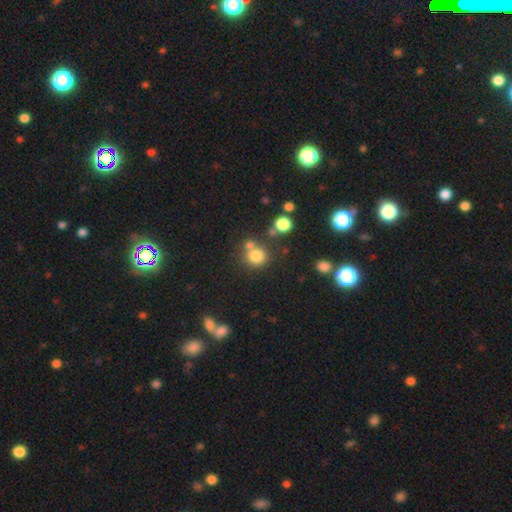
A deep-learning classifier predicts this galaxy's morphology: A smooth galaxy with no disk features (78%) that is round (84%).

Vote fractions:
- Smooth or featured? smooth: 78% / star or artifact: 14% / featured or disk: 8%
- How rounded? round: 84% / in between: 15% / cigar-shaped: 1%
- Merging? none: 61% / merger: 24% / minor disturbance: 10% / major disturbance: 5%